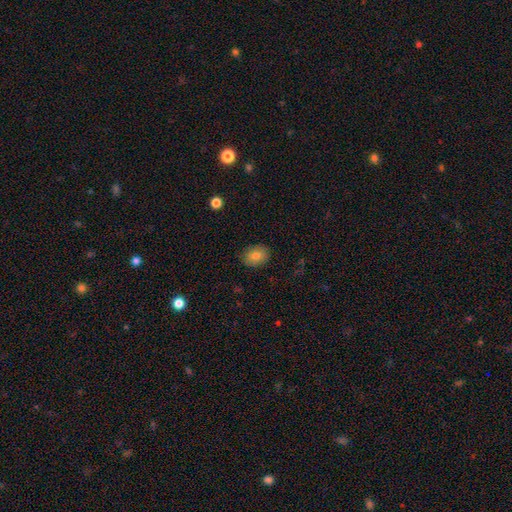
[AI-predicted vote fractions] The model was most divided on "how rounded": in between: 55%, round: 44%, cigar-shaped: 1%. More confident: merging — none (88%); smooth or featured — smooth (81%).